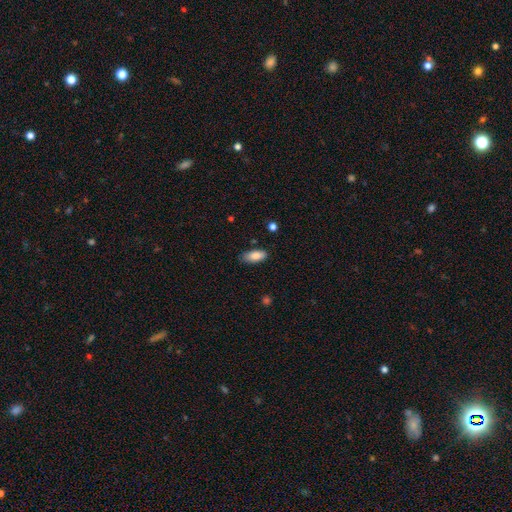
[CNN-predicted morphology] type=smooth (86%); roundness=in between (86%); merging=none (75%).